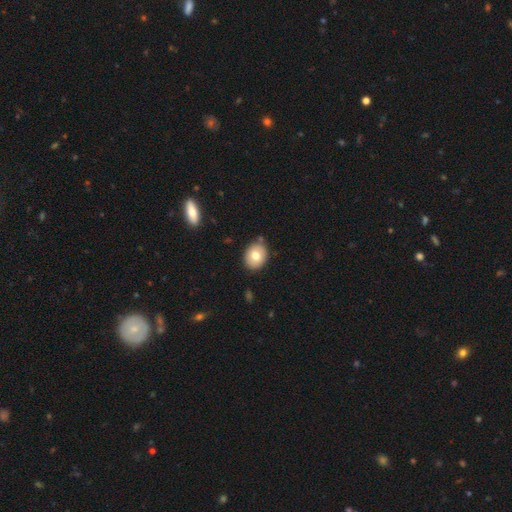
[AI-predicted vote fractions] smooth_or_featured: smooth (p=0.75) [alt: featured or disk p=0.16]
how_rounded: in between (p=0.51) [alt: round p=0.48]
merging: none (p=0.82) [alt: minor disturbance p=0.12]